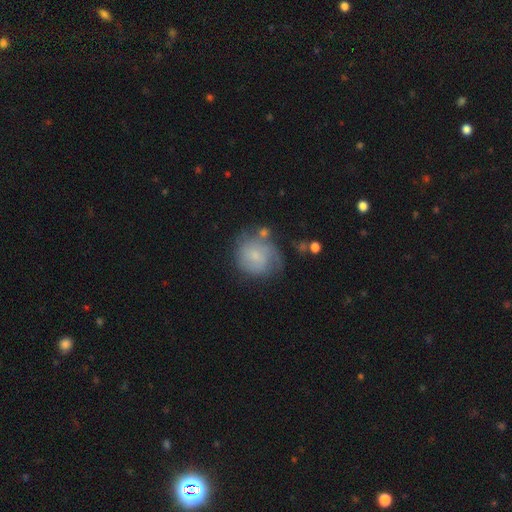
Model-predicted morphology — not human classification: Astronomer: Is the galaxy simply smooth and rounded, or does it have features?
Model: smooth — 48% (runner-up: featured or disk, 44%).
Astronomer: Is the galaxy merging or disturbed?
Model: none — 54%.